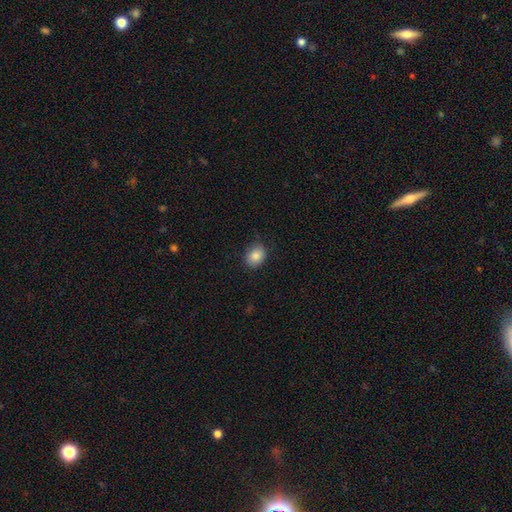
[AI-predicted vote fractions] The model was most divided on "how rounded": in between: 57%, round: 42%, cigar-shaped: 1%. More confident: smooth or featured — smooth (86%); merging — none (82%).